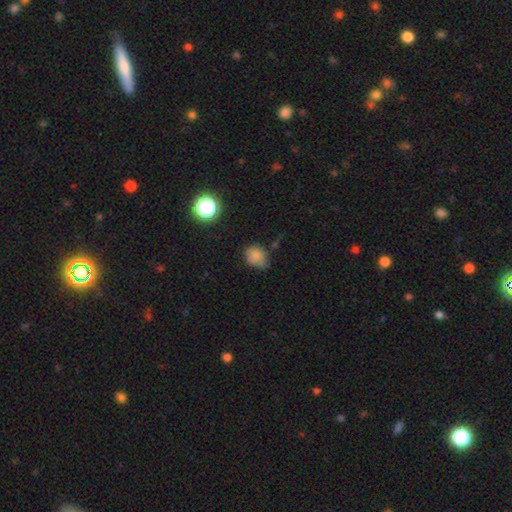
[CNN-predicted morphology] This is likely a smooth galaxy (77%). How rounded: possibly in between (52%). Merging: possibly none (50%).